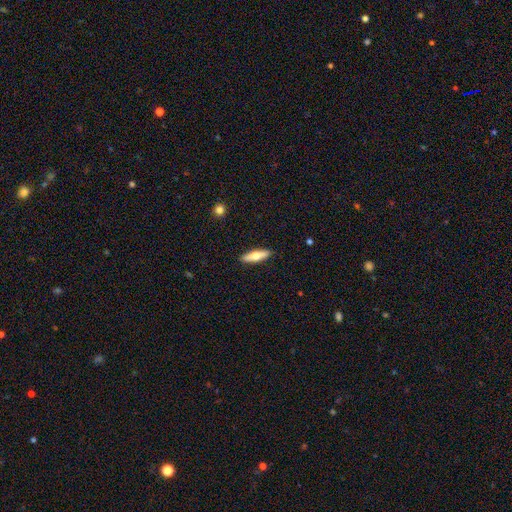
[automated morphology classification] This appears to be a smooth galaxy with no disk features (54%) that is cigar-shaped (63%). Merging: none (90%).